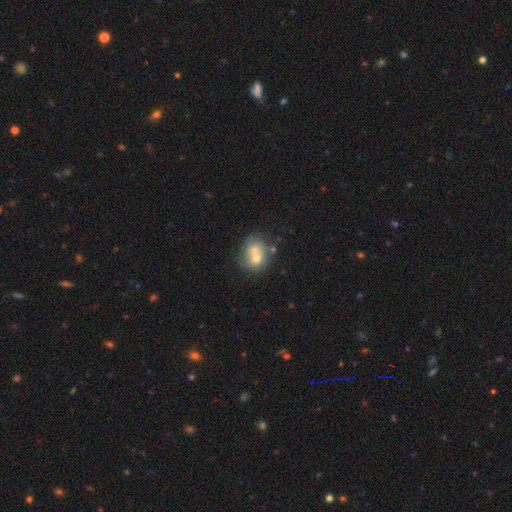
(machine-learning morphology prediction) Smooth or featured: smooth — 64% (featured or disk — 26%)
How rounded: round — 70% (in between — 29%)
Merging: merger — 54% (none — 32%)